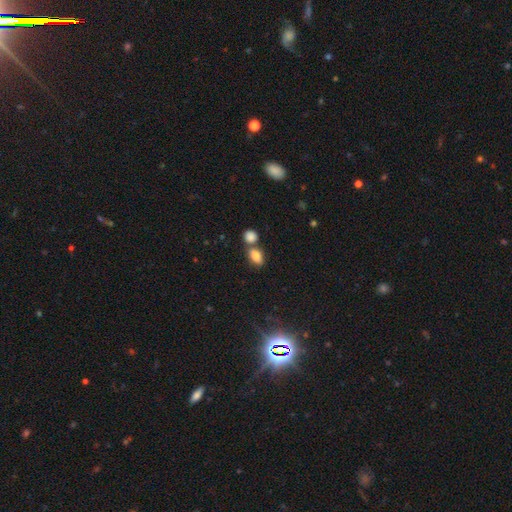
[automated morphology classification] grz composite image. It shows a smooth galaxy with no disk features (83%) that is in between round and cigar-shaped (82%). Merging: none (54%).